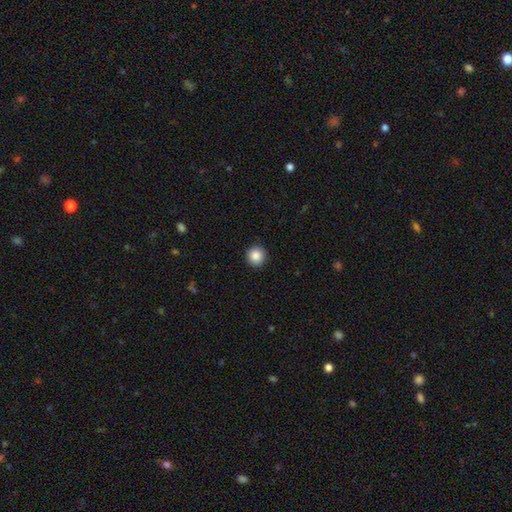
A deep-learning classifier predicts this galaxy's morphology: Q: Smooth or featured?
A: smooth (87%); runner-up: star or artifact (9%)
Q: How rounded?
A: round (96%); runner-up: in between (3%)
Q: Merging?
A: none (92%); runner-up: minor disturbance (5%)